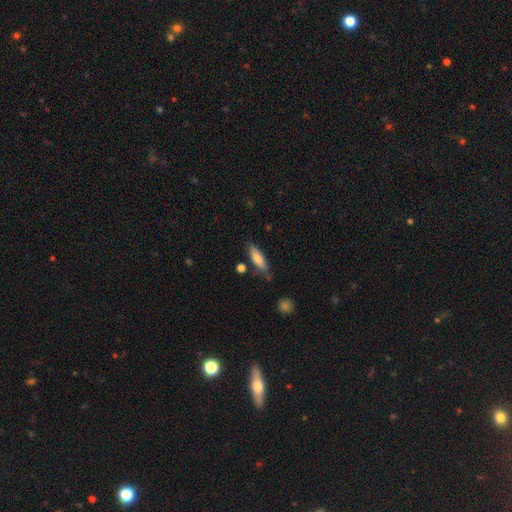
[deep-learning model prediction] Smooth or featured?
  - smooth: 80% *
  - featured or disk: 13%
  - star or artifact: 7%
How rounded?
  - cigar-shaped: 50% *
  - in between: 48%
  - round: 2%
Merging?
  - none: 72% *
  - minor disturbance: 19%
  - major disturbance: 4%
  - merger: 4%